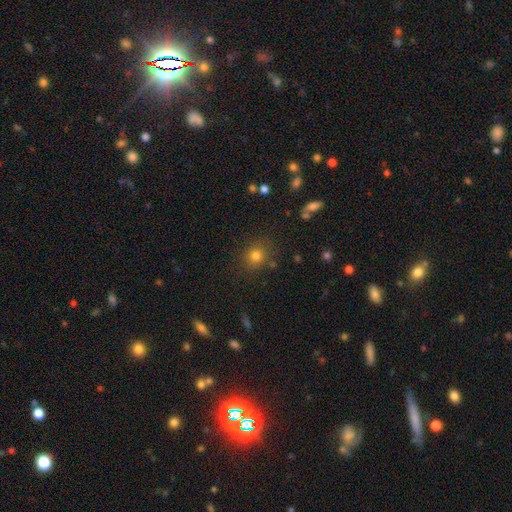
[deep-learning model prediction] smooth-or-featured: smooth: 78% | star or artifact: 15% | featured or disk: 7%
  how-rounded: round: 82% | in between: 17% | cigar-shaped: 1%
  merging: none: 83% | minor disturbance: 10% | major disturbance: 4% | merger: 3%